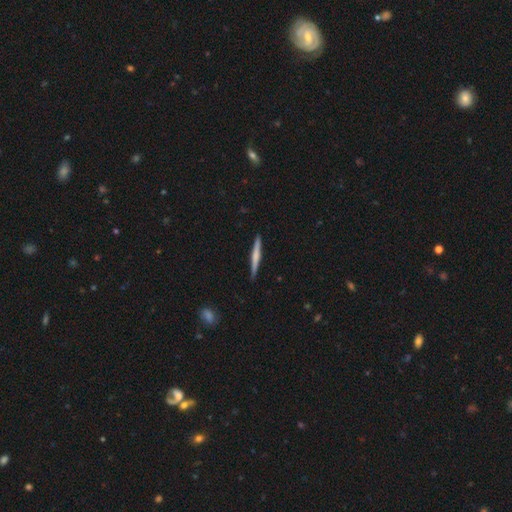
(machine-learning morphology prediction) The model was most divided on "smooth or featured": smooth: 50%, featured or disk: 45%, star or artifact: 5%. More confident: merging — none (90%).